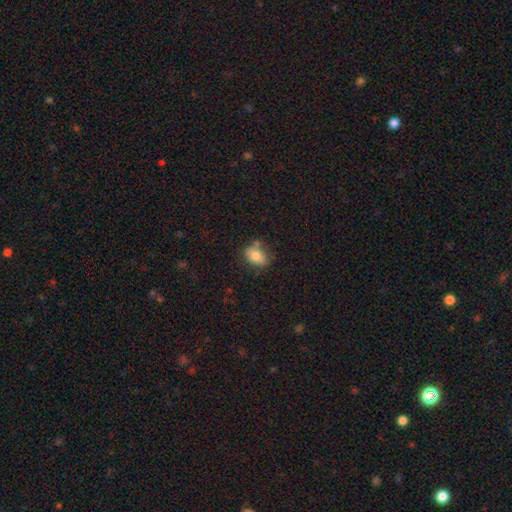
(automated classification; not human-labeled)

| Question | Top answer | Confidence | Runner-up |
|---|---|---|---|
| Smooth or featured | smooth | 78% | featured or disk (13%) |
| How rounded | in between | 80% | round (19%) |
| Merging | none | 63% | minor disturbance (22%) |